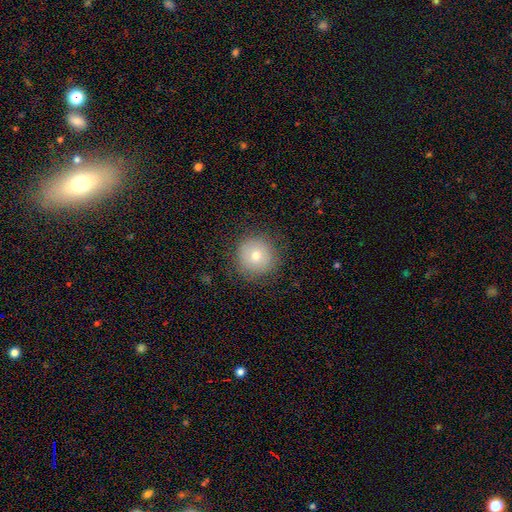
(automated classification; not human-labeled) smooth_or_featured: smooth (p=0.70) [alt: featured or disk p=0.18]
how_rounded: round (p=0.95) [alt: in between p=0.04]
merging: none (p=0.84) [alt: minor disturbance p=0.11]